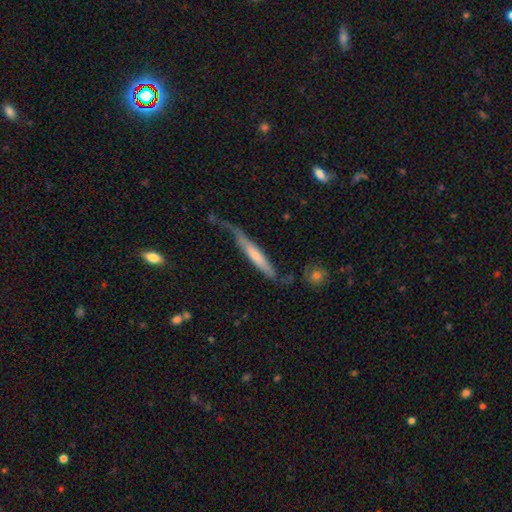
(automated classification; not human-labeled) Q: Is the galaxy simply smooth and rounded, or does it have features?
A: featured or disk — 49%.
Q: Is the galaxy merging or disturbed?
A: none — 39%.